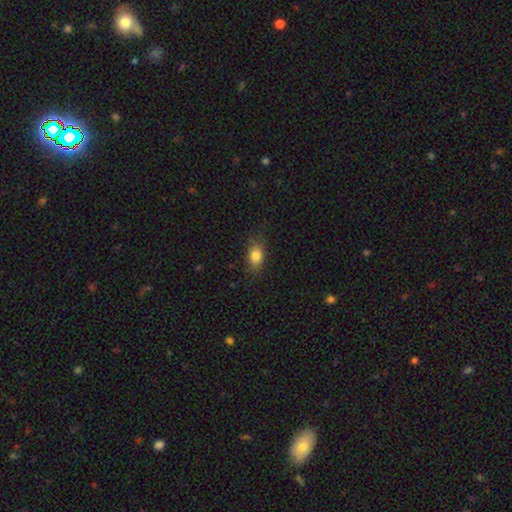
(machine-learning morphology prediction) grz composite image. It shows a smooth galaxy with no disk features (82%) that is in between round and cigar-shaped (77%). Merging: none (76%).